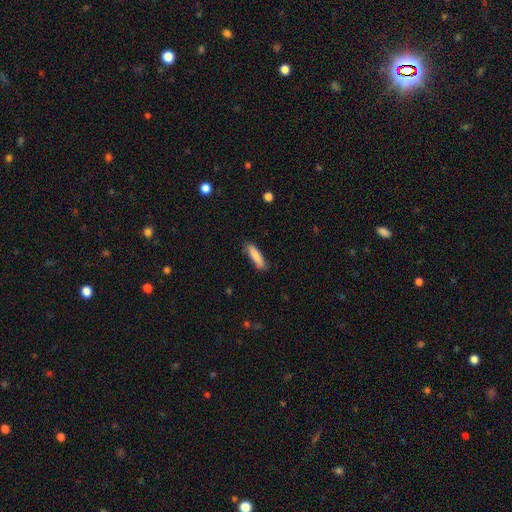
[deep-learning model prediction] Overall: smooth (86%). How rounded: cigar-shaped (76%). Merging: none (84%).